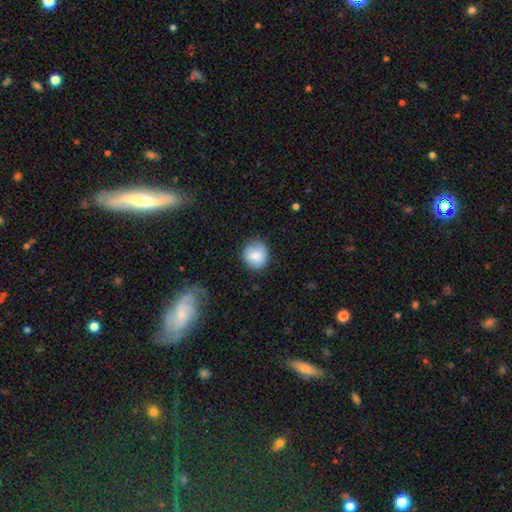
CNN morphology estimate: type=smooth (81%); roundness=round (85%); merging=none (80%).